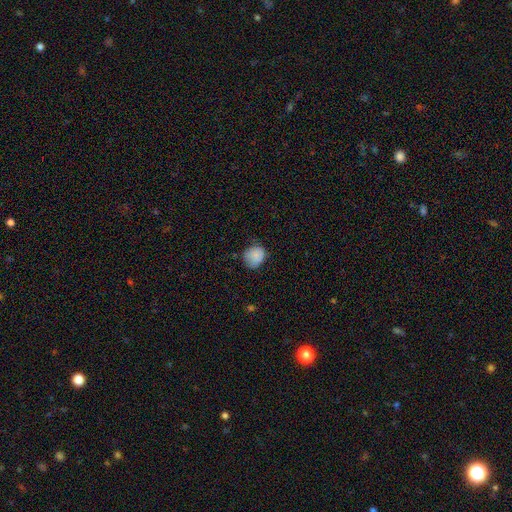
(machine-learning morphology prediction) Smooth or featured? smooth (84%)
How rounded? round (69%)
Merging? none (63%)